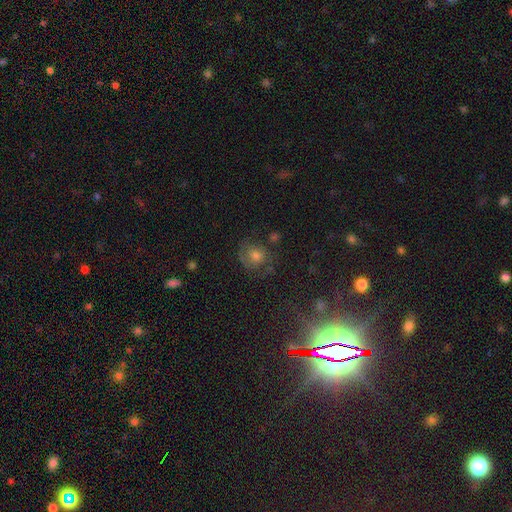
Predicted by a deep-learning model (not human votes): This appears to be a featured or disk galaxy (43%). Merging: none (65%).